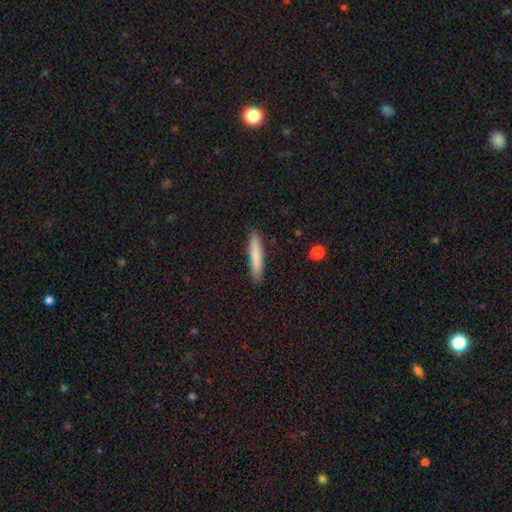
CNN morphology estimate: Smooth or featured? smooth (81%)
How rounded? cigar-shaped (91%)
Merging? none (88%)